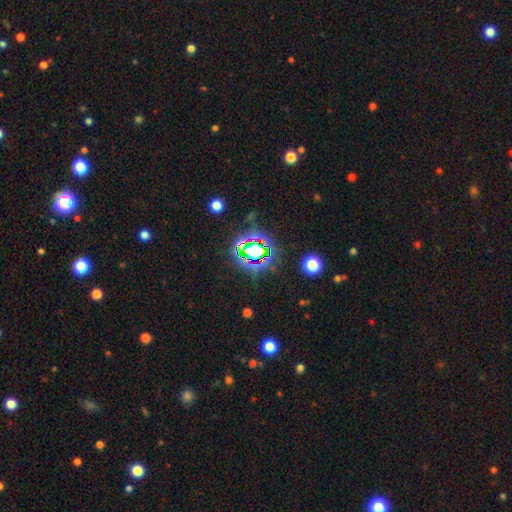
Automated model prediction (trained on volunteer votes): Smooth or featured?
  - star or artifact: 72% *
  - smooth: 16%
  - featured or disk: 12%